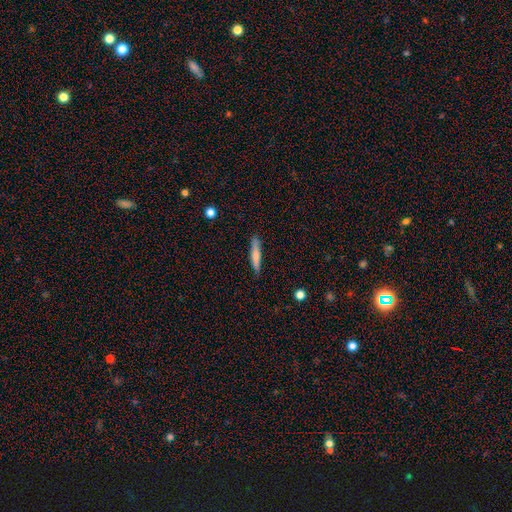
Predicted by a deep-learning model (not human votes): smooth-or-featured: smooth: 70% | featured or disk: 24% | star or artifact: 6%
  how-rounded: cigar-shaped: 90% | in between: 8% | round: 1%
  merging: none: 86% | minor disturbance: 10% | major disturbance: 2% | merger: 1%